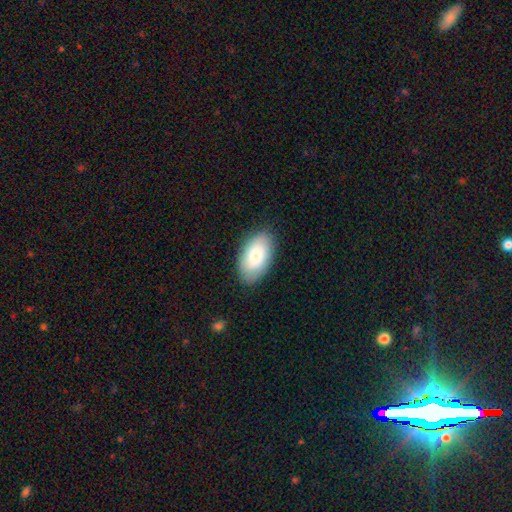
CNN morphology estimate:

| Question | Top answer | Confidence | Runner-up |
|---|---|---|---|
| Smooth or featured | smooth | 80% | featured or disk (14%) |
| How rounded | in between | 95% | round (3%) |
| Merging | none | 86% | minor disturbance (11%) |